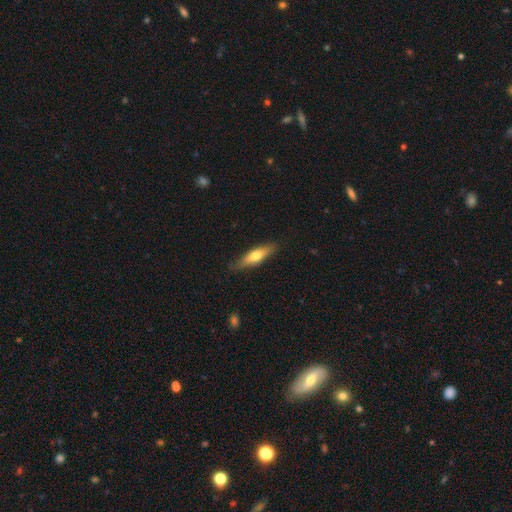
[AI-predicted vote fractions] Smooth or featured? Predicted: smooth (p=0.62). How rounded? Predicted: cigar-shaped (p=0.63). Merging? Predicted: none (p=0.83).